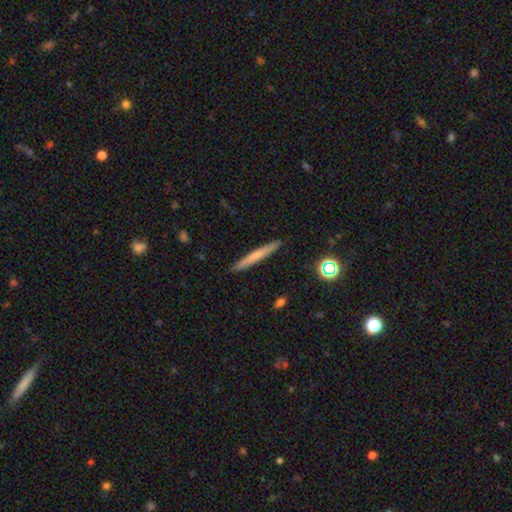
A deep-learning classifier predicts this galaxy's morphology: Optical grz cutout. It shows a smooth galaxy with no disk features (59%) that is cigar-shaped (96%). Merging: none (91%).